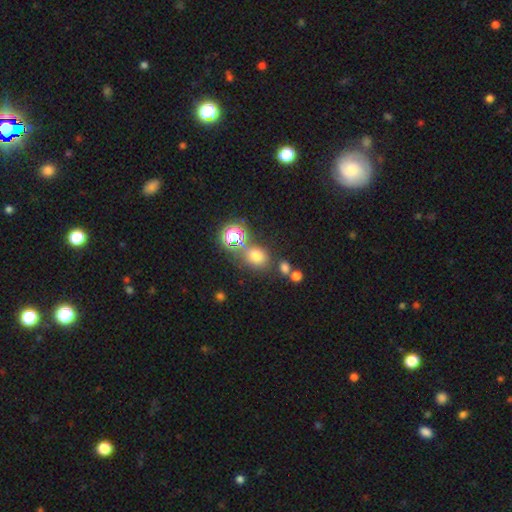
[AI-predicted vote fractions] This is likely a smooth galaxy (64%). How rounded: likely round (65%). Merging: likely none (65%).